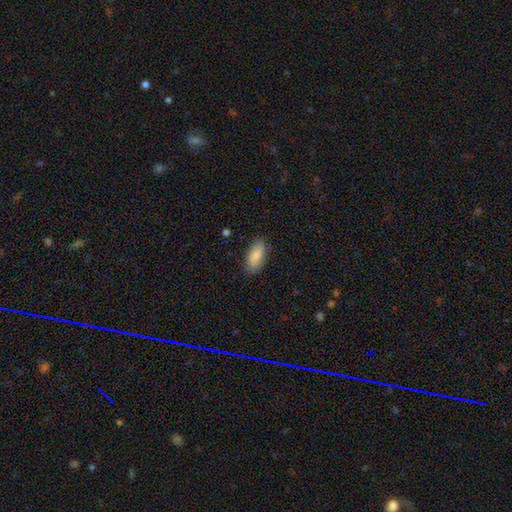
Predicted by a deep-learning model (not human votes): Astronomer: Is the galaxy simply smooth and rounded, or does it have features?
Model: smooth — 85%.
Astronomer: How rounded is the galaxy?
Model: in between — 90%.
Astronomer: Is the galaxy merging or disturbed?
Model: none — 77%.